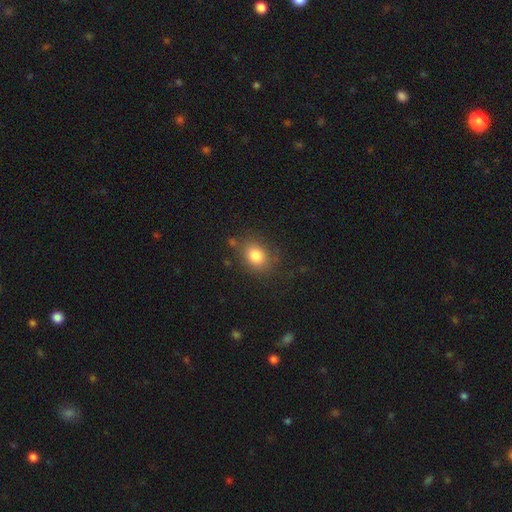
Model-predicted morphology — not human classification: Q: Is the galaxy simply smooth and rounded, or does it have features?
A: smooth — 82%.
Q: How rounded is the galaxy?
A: in between — 55%.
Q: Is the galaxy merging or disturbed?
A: none — 74%.